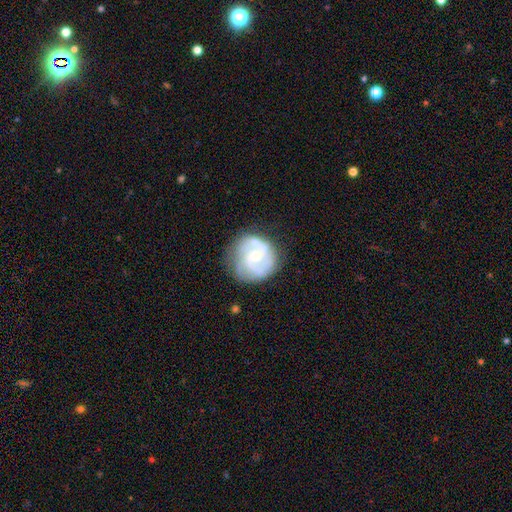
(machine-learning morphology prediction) The model was most divided on "spiral winding" (2-way tie): medium: 44%, tight: 44%, loose: 12%. Remaining: edge-on disk — no (98%); spiral arms — yes (94%); smooth or featured — featured or disk (82%); merging — none (71%); bar — no (62%); bulge size — small (61%); spiral arm count — 2 (36%).